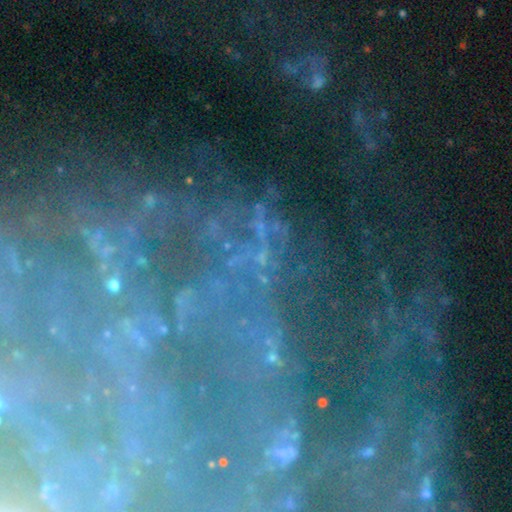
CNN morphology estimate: star or artifact 49%, featured or disk 38%, smooth 13%.